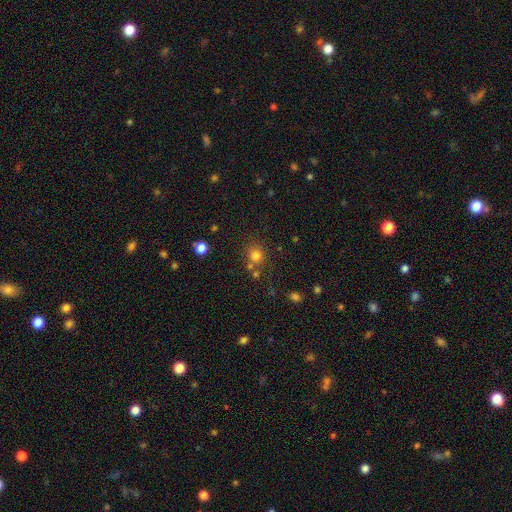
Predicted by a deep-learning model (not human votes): Overall: smooth (77%). How rounded: round (86%). Merging: none (69%).